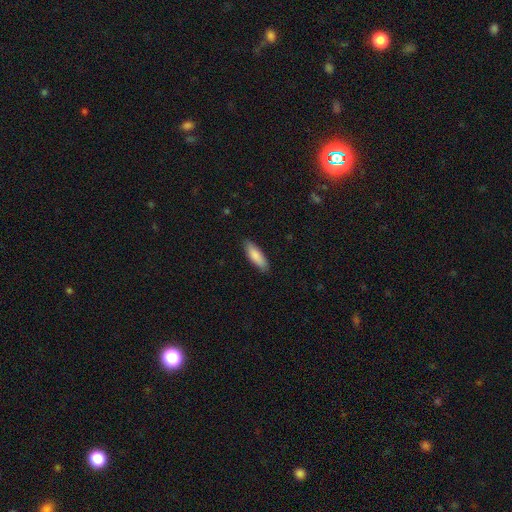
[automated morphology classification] Overall: smooth (86%). How rounded: in between (55%; cigar-shaped 43%). Merging: none (87%).